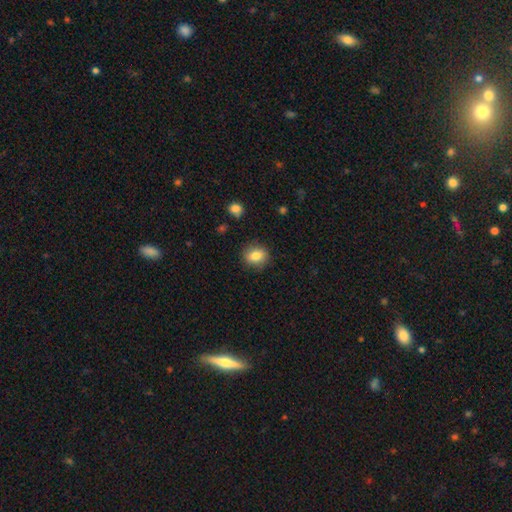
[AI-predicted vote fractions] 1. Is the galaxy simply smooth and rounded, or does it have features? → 81% smooth, 10% featured or disk, 9% star or artifact.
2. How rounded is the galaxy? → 65% round, 34% in between, 1% cigar-shaped.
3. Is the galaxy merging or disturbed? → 86% none, 10% minor disturbance, 3% major disturbance, 1% merger.